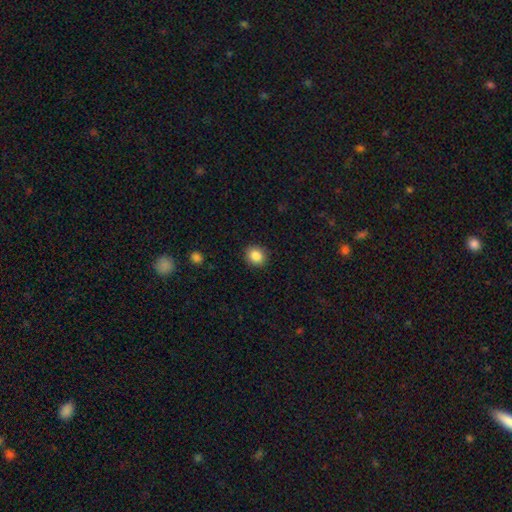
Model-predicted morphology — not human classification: A smooth galaxy with no disk features (86%) that is round (76%). Merging: none (90%).